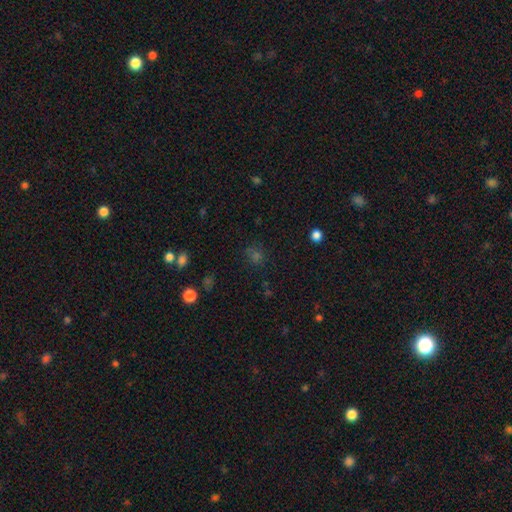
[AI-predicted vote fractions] Smooth or featured? Predicted: smooth (p=0.51). How rounded? Predicted: round (p=0.84). Merging? Predicted: none (p=0.81).